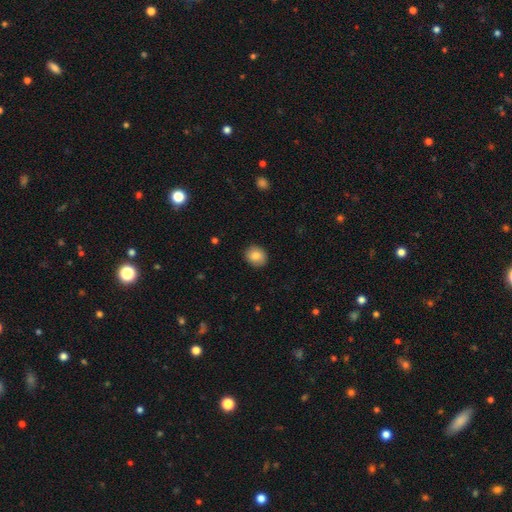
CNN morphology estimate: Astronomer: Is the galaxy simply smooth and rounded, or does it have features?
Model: smooth — 85%.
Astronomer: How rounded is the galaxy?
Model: round — 70%.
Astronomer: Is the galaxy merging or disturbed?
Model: none — 89%.